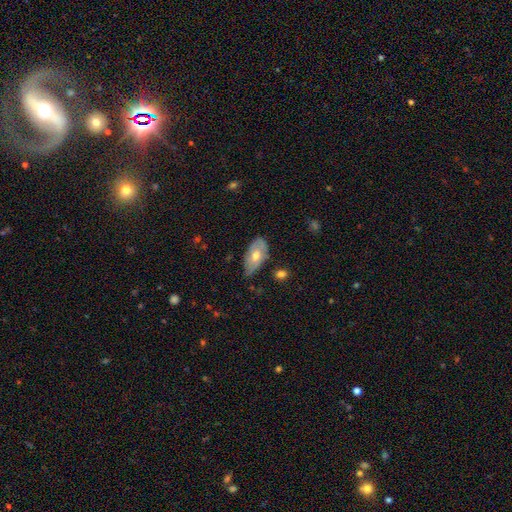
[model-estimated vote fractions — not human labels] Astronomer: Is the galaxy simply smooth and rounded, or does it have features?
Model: smooth — 55% (runner-up: featured or disk, 38%).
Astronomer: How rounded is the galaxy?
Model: in between — 92%.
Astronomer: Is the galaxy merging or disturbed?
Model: none — 59%.